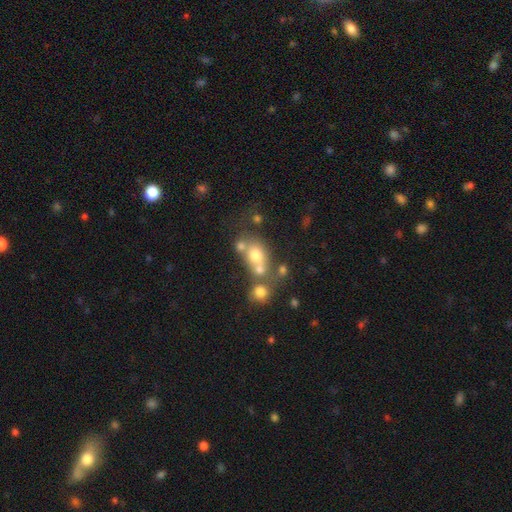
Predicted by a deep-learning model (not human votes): This is likely a smooth galaxy (66%). How rounded: possibly round (55%). Merging: marginally merger (43%).